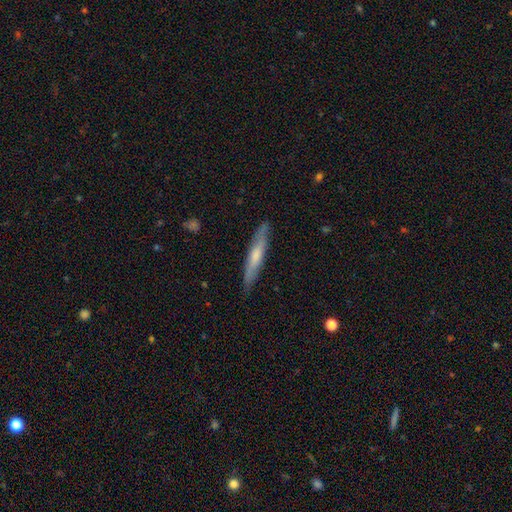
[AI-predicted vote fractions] Morphology: type=smooth (50%); roundness=cigar-shaped (92%); merging=none (85%).